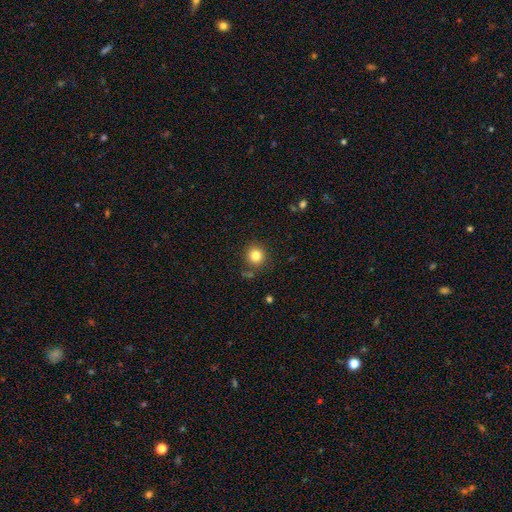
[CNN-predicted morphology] A smooth galaxy with no disk features (82%) that is round (92%).

Vote fractions:
- Smooth or featured? smooth: 82% / star or artifact: 12% / featured or disk: 6%
- How rounded? round: 92% / in between: 7% / cigar-shaped: 1%
- Merging? none: 83% / minor disturbance: 10% / merger: 4% / major disturbance: 3%